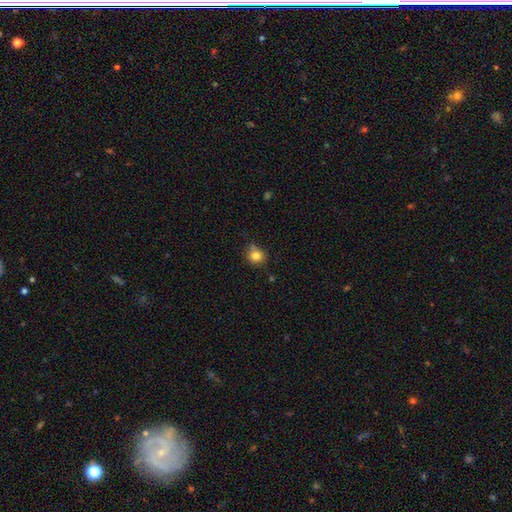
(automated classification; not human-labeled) The model was most divided on "merging": none: 70%, minor disturbance: 18%, merger: 9%, major disturbance: 4%. More confident: how rounded — round (81%); smooth or featured — smooth (81%).